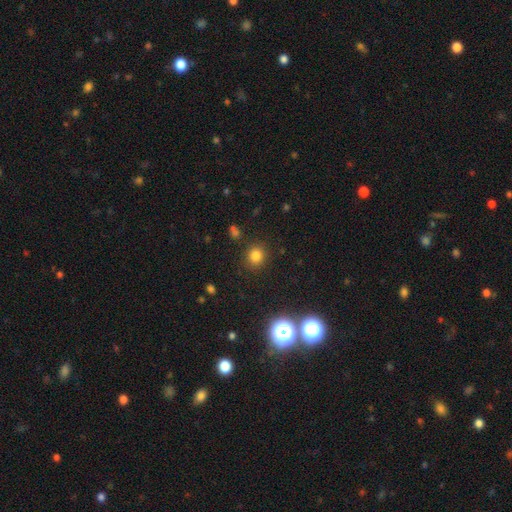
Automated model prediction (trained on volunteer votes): This appears to be a smooth galaxy with no disk features (79%) that is round (83%). Merging: none (86%).